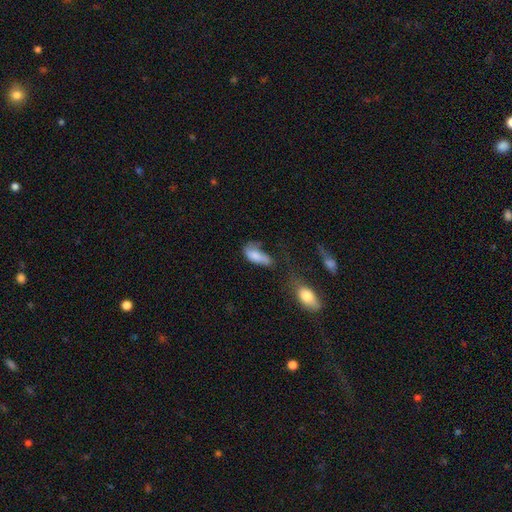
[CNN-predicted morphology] Q: Smooth or featured?
A: smooth (76%); runner-up: featured or disk (16%)
Q: How rounded?
A: in between (82%); runner-up: cigar-shaped (15%)
Q: Merging?
A: minor disturbance (32%); runner-up: none (30%)